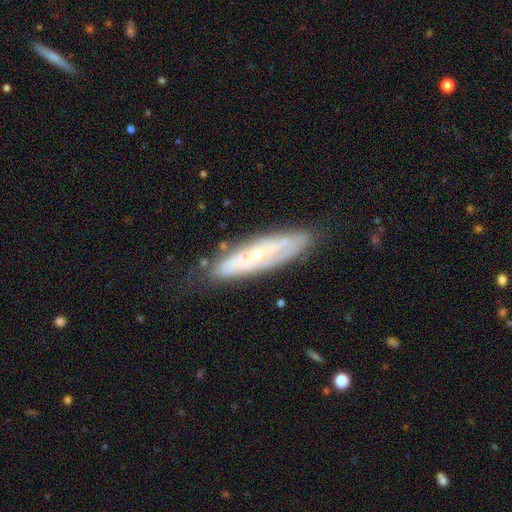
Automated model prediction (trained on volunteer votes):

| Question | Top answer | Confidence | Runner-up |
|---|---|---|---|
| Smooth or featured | featured or disk | 72% | smooth (22%) |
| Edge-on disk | no | 65% | yes (35%) |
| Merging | none | 76% | minor disturbance (18%) |